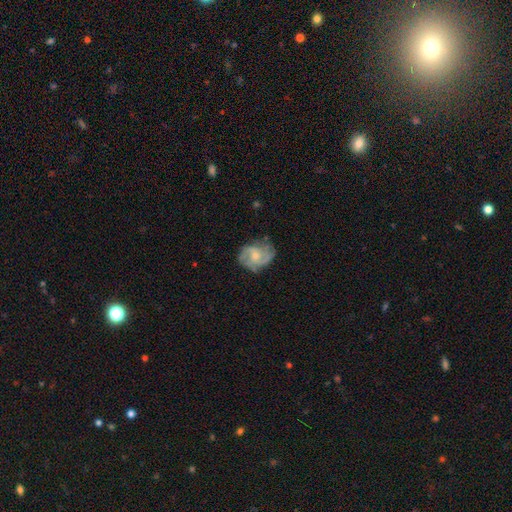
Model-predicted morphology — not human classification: Smooth or featured? Predicted: featured or disk (p=0.72). Edge-on disk? Predicted: no (p=0.98). Bar? Predicted: no (p=0.68). Spiral arms? Predicted: yes (p=0.90). Spiral winding? Predicted: medium (p=0.46). Spiral arm count? Predicted: 2 (p=0.40). Bulge size? Predicted: small (p=0.55). Merging? Predicted: none (p=0.66).